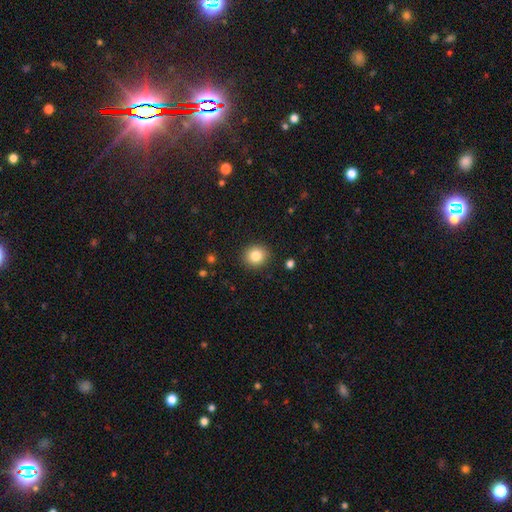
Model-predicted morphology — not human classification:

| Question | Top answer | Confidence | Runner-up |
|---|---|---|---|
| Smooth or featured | smooth | 83% | star or artifact (10%) |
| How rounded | round | 85% | in between (14%) |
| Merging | none | 91% | minor disturbance (6%) |